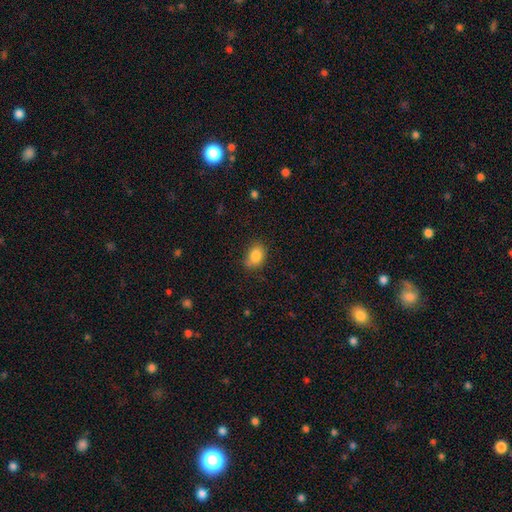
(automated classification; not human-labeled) Smooth or featured?
  - smooth: 85% *
  - star or artifact: 9%
  - featured or disk: 7%
How rounded?
  - in between: 76% *
  - round: 23%
  - cigar-shaped: 1%
Merging?
  - none: 69% *
  - minor disturbance: 24%
  - major disturbance: 5%
  - merger: 2%